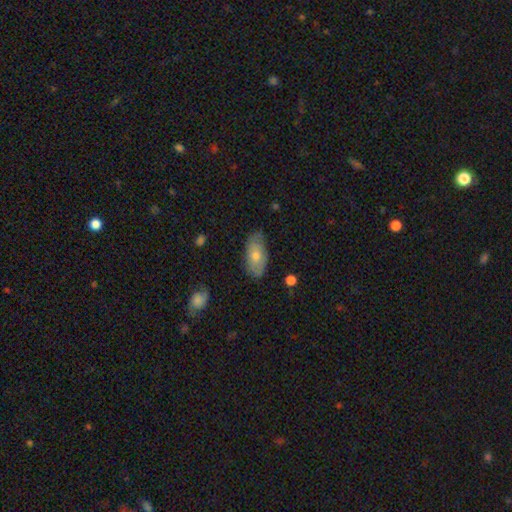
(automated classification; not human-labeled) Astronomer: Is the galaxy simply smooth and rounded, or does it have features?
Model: smooth — 63%.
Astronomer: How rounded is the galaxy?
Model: in between — 92%.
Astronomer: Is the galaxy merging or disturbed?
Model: none — 77%.